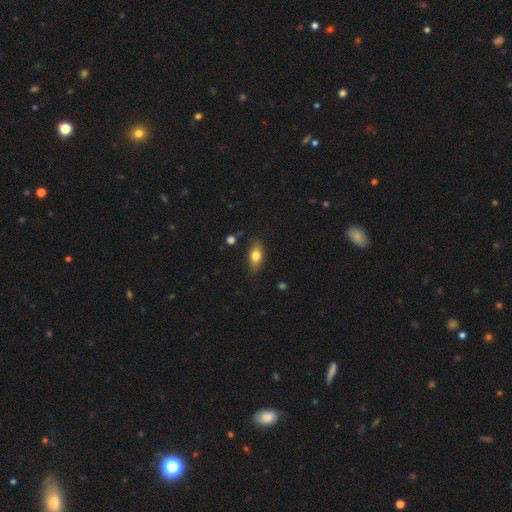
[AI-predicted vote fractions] Smooth or featured?
  - smooth: 74% *
  - featured or disk: 18%
  - star or artifact: 8%
How rounded?
  - in between: 80% *
  - cigar-shaped: 13%
  - round: 7%
Merging?
  - none: 82% *
  - minor disturbance: 14%
  - major disturbance: 3%
  - merger: 2%